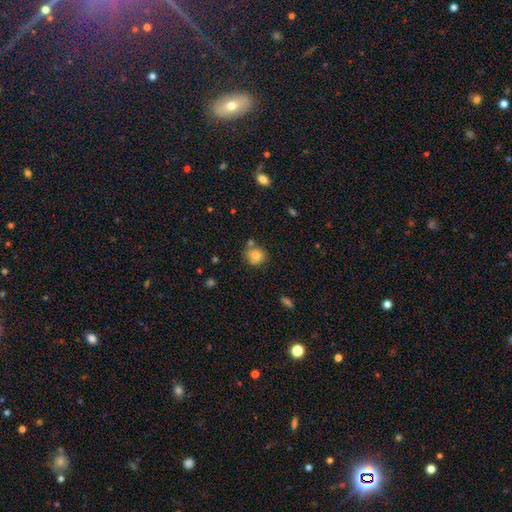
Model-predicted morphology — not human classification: Smooth or featured? Predicted: smooth (p=0.78). How rounded? Predicted: round (p=0.81). Merging? Predicted: none (p=0.68).